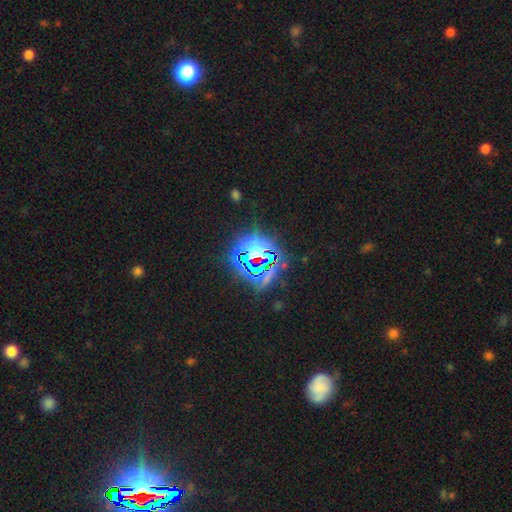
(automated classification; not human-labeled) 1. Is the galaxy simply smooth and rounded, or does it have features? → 79% star or artifact, 12% smooth, 9% featured or disk.